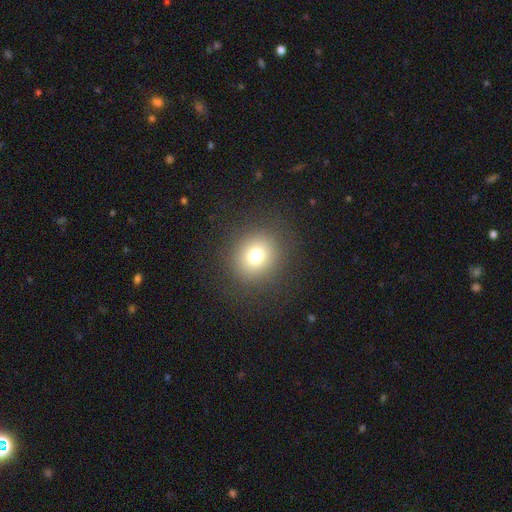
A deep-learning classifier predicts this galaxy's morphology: Smooth or featured?
  - smooth: 74% *
  - star or artifact: 16%
  - featured or disk: 10%
How rounded?
  - round: 86% *
  - in between: 13%
  - cigar-shaped: 1%
Merging?
  - none: 88% *
  - minor disturbance: 7%
  - major disturbance: 4%
  - merger: 1%